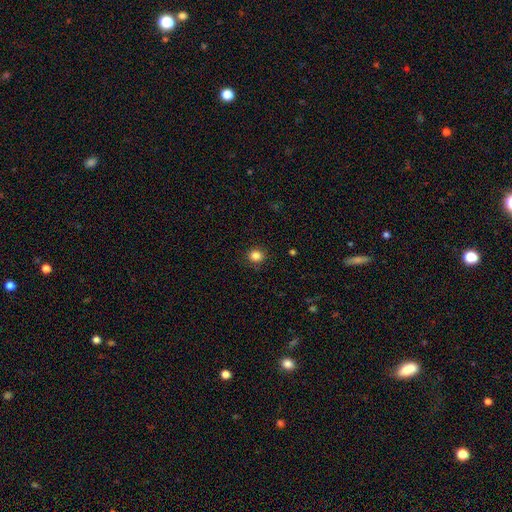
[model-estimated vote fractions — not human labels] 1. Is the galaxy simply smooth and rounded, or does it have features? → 84% smooth, 11% star or artifact, 4% featured or disk.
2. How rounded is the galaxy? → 81% round, 18% in between, 1% cigar-shaped.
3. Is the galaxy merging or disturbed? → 88% none, 8% minor disturbance, 2% major disturbance, 1% merger.